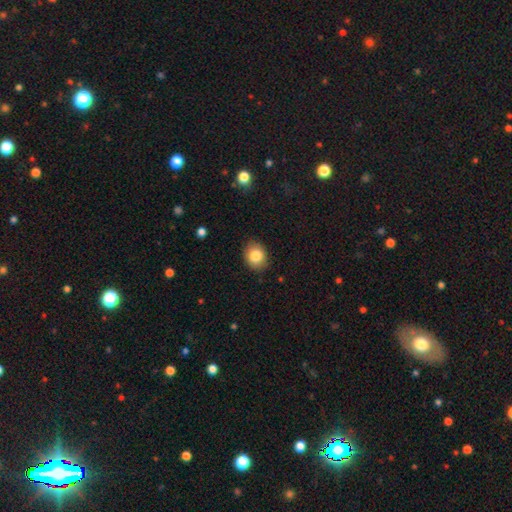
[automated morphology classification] Smooth or featured?
  - smooth: 83% *
  - star or artifact: 9%
  - featured or disk: 8%
How rounded?
  - round: 59% *
  - in between: 40%
  - cigar-shaped: 1%
Merging?
  - none: 88% *
  - minor disturbance: 9%
  - major disturbance: 2%
  - merger: 1%